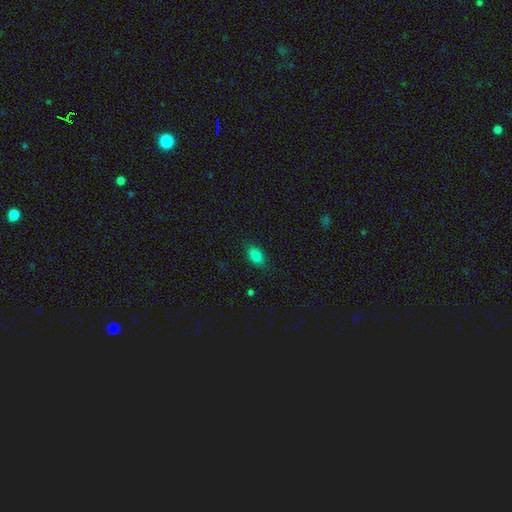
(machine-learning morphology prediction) Smooth or featured? smooth (84%)
How rounded? in between (89%)
Merging? none (86%)